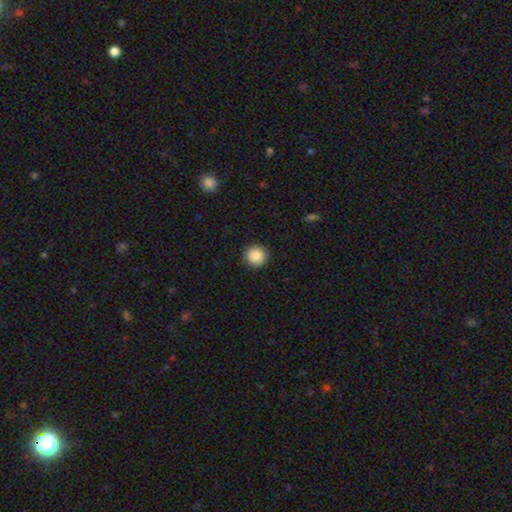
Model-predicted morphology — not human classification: smooth_or_featured: smooth (p=0.89) [alt: star or artifact p=0.08]
how_rounded: round (p=0.95) [alt: in between p=0.04]
merging: none (p=0.92) [alt: minor disturbance p=0.05]